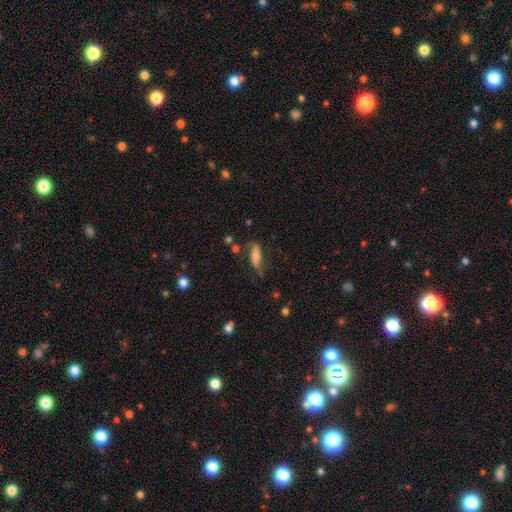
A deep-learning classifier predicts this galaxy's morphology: Smooth or featured? Predicted: featured or disk (p=0.51). Edge-on disk? Predicted: no (p=0.68). Merging? Predicted: none (p=0.58).